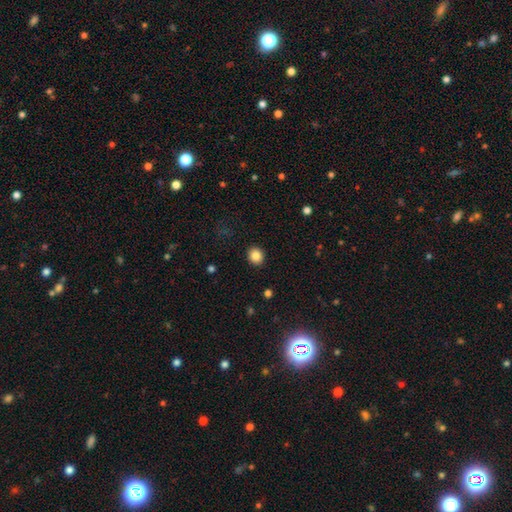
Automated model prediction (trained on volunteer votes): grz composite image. It shows a smooth galaxy with no disk features (86%) that is round (82%). Merging: none (91%).